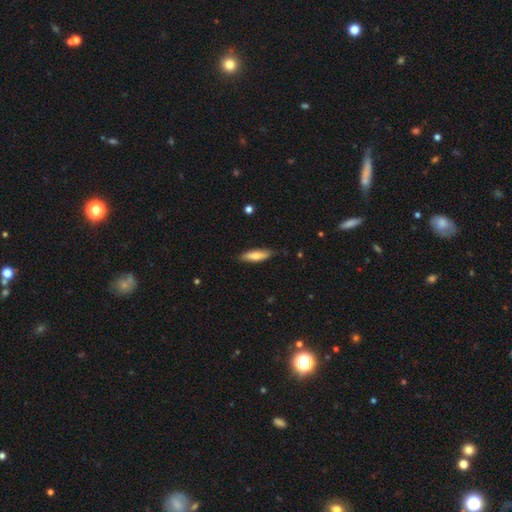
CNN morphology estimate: This is likely a smooth galaxy (69%). How rounded: likely cigar-shaped (62%). Merging: clearly none (82%).